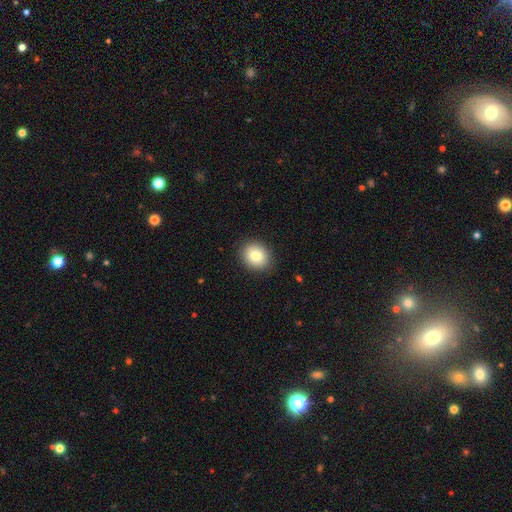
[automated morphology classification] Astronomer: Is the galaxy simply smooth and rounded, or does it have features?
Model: smooth — 82%.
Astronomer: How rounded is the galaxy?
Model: round — 61% (runner-up: in between, 38%).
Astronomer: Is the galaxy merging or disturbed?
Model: none — 89%.